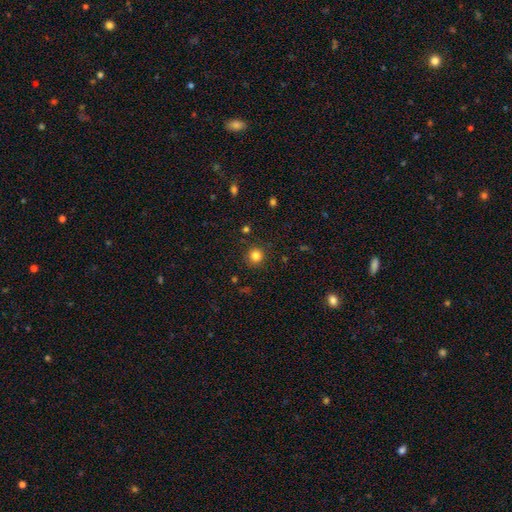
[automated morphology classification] The model was most divided on "smooth or featured": smooth: 83%, star or artifact: 12%, featured or disk: 5%. More confident: how rounded — round (94%); merging — none (89%).